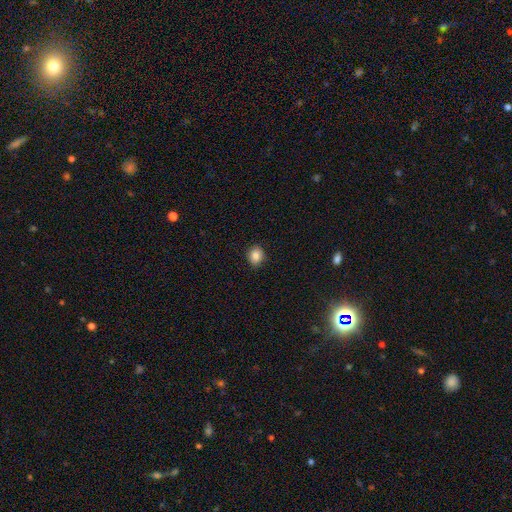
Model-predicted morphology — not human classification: smooth 85%, star or artifact 10%, featured or disk 5%. Down the decision tree: how rounded — round (64%); merging — none (89%).